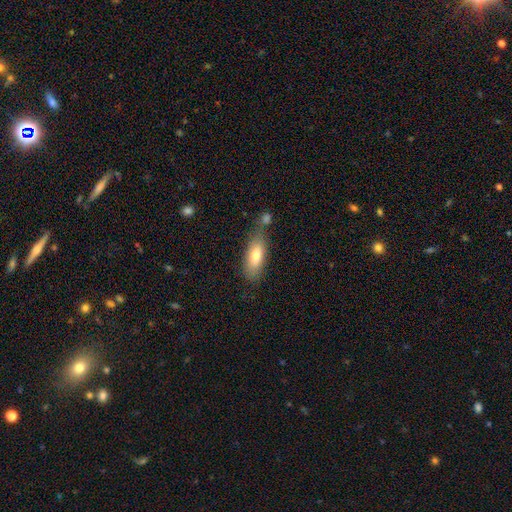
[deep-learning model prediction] Morphology: type=smooth (75%); roundness=in between (70%); merging=none (60%).